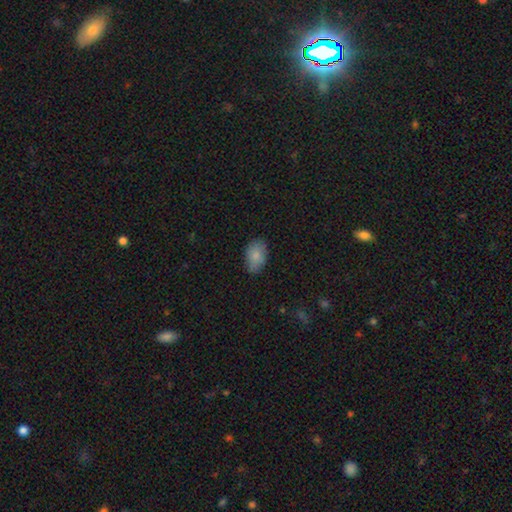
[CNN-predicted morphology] smooth 84%, featured or disk 9%, star or artifact 7%. Down the decision tree: how rounded — in between (90%); merging — none (78%).